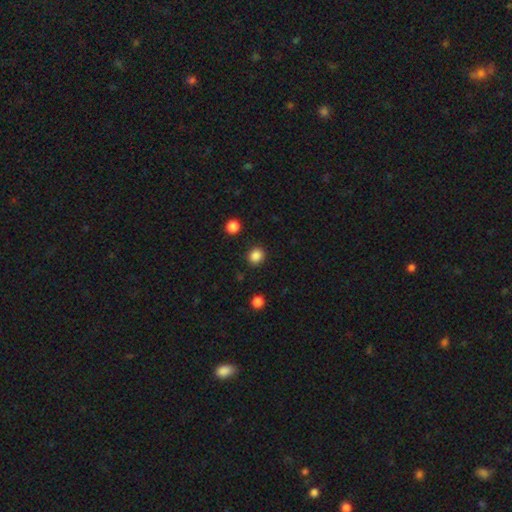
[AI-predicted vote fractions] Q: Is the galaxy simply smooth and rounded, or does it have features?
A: smooth — 86%.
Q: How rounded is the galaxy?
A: round — 78%.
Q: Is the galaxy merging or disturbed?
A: none — 90%.